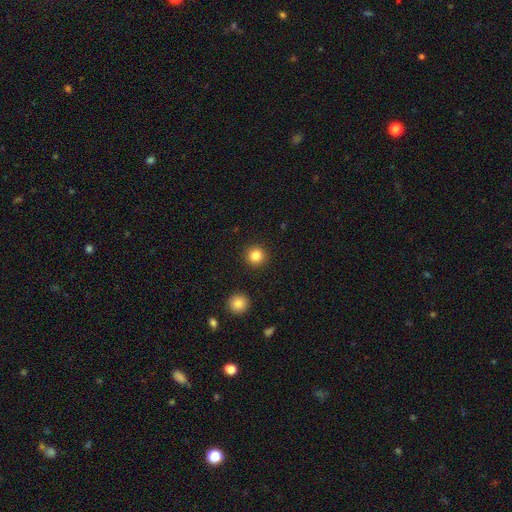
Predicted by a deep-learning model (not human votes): Overall: smooth (82%). How rounded: round (94%). Merging: none (91%).